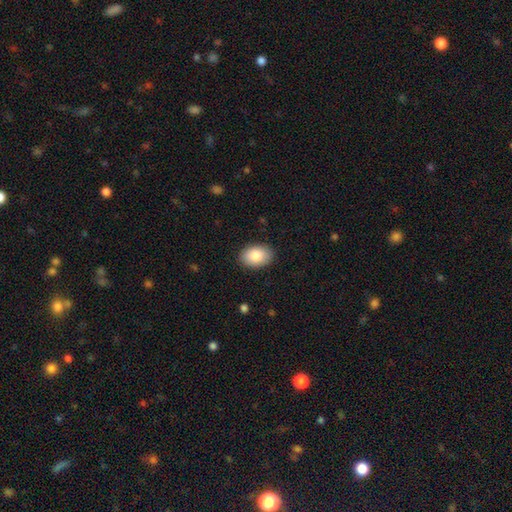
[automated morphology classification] A smooth galaxy with no disk features (85%) that is in between round and cigar-shaped (86%). Merging: none (88%).